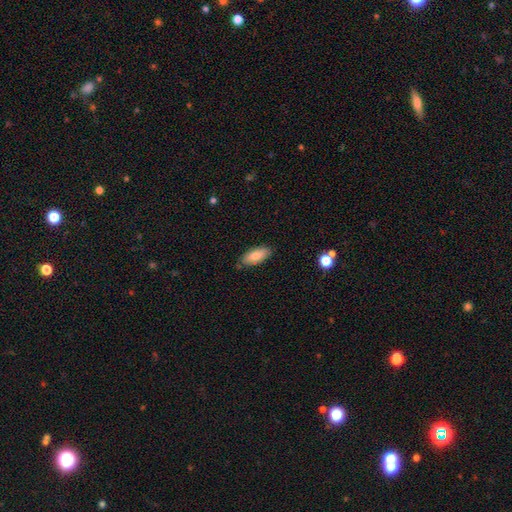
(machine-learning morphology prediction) smooth-or-featured: smooth: 80% | featured or disk: 13% | star or artifact: 7%
  how-rounded: in between: 84% | cigar-shaped: 14% | round: 2%
  merging: none: 80% | minor disturbance: 15% | major disturbance: 3% | merger: 2%